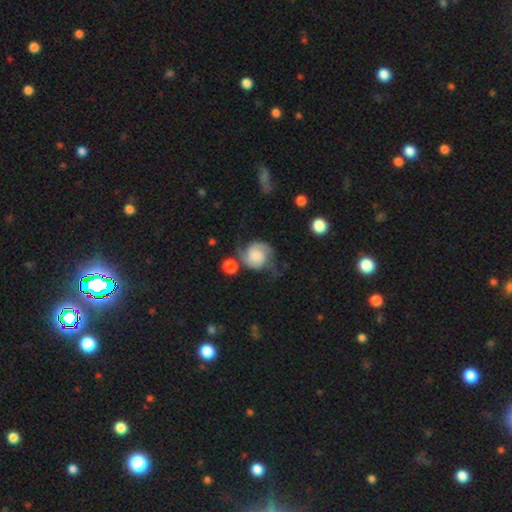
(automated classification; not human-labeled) This is likely a featured or disk galaxy (70%). It is clearly not viewed edge-on (98%). Bar: likely no (68%). Spiral arm pattern: clearly yes (95%). Spiral arm count: clearly 2 (84%). Spiral winding: marginally medium (43%). Central bulge: marginally small (30%). Merging: possibly none (56%).